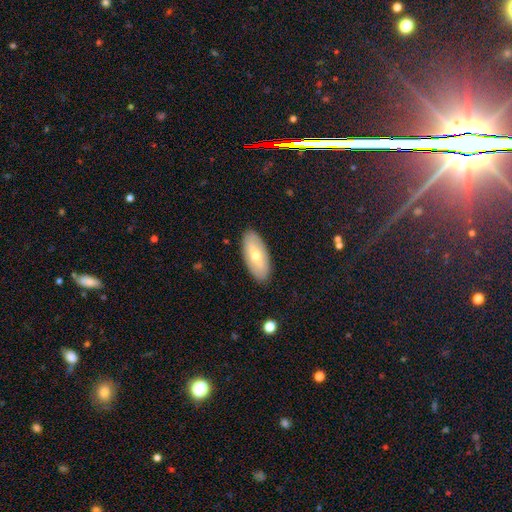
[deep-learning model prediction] The model was most divided on "smooth or featured": smooth: 56%, featured or disk: 37%, star or artifact: 6%. More confident: merging — none (88%); how rounded — in between (87%).